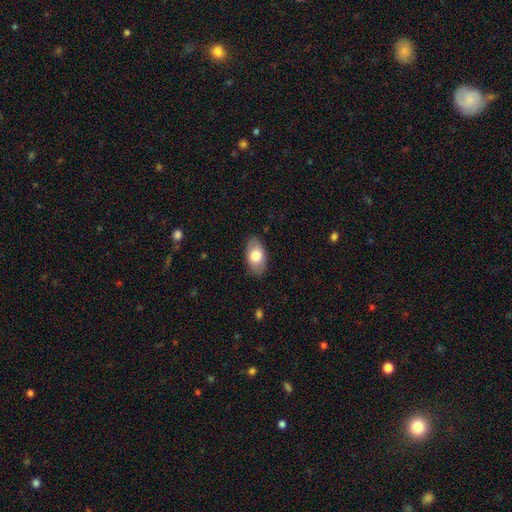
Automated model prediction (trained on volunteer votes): Smooth or featured?
  - smooth: 76% *
  - featured or disk: 18%
  - star or artifact: 6%
How rounded?
  - in between: 94% *
  - round: 4%
  - cigar-shaped: 2%
Merging?
  - none: 85% *
  - minor disturbance: 12%
  - major disturbance: 3%
  - merger: 1%